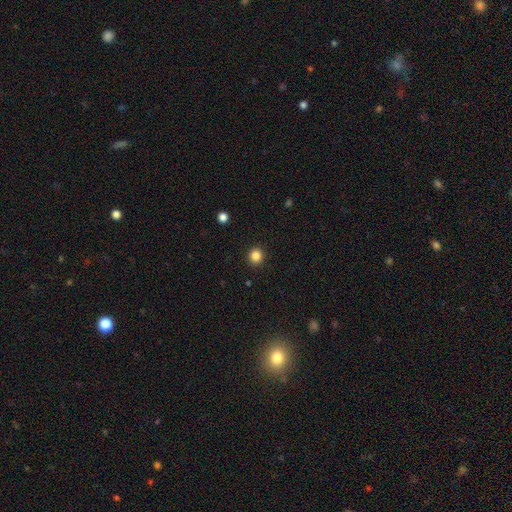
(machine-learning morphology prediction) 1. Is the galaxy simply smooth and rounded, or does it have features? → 85% smooth, 11% star or artifact, 4% featured or disk.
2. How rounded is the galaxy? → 91% round, 9% in between, 1% cigar-shaped.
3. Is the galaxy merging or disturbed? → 92% none, 5% minor disturbance, 2% major disturbance, 1% merger.